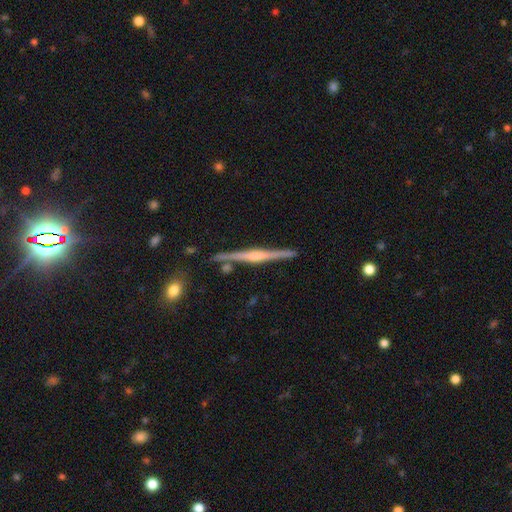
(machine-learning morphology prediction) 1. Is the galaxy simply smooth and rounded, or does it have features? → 81% featured or disk, 14% smooth, 6% star or artifact.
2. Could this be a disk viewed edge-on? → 98% yes, 2% no.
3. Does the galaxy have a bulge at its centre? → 65% rounded, 22% boxy, 13% none.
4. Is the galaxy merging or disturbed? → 87% none, 8% minor disturbance, 3% merger, 2% major disturbance.